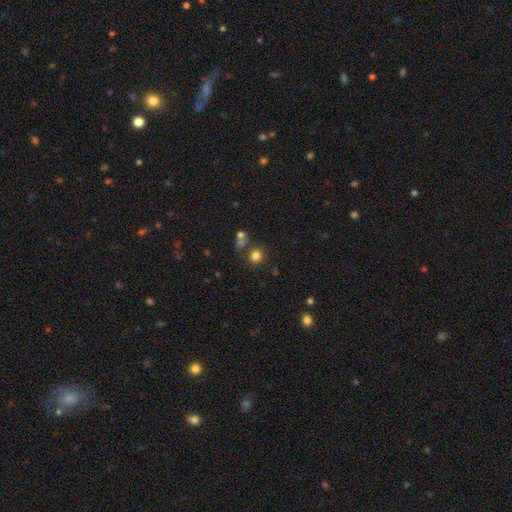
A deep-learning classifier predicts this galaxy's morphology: This is likely a smooth galaxy (79%). How rounded: clearly round (89%). Merging: likely none (75%).